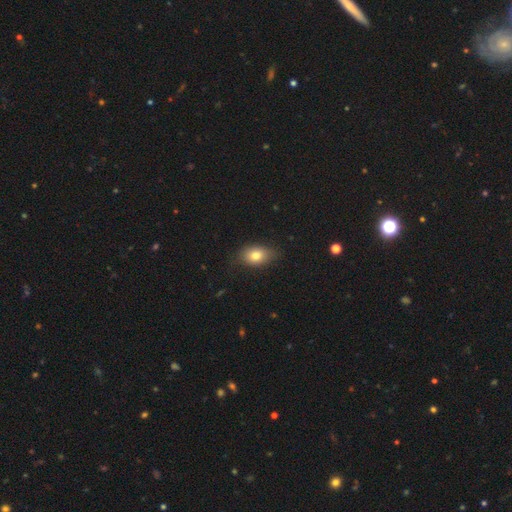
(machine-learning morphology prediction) Q: Smooth or featured?
A: smooth (78%); runner-up: featured or disk (12%)
Q: How rounded?
A: in between (77%); runner-up: round (22%)
Q: Merging?
A: none (77%); runner-up: minor disturbance (18%)